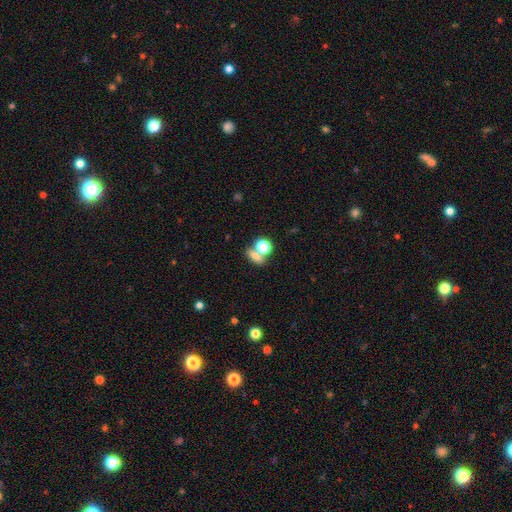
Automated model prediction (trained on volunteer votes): Q: Smooth or featured?
A: smooth (70%); runner-up: star or artifact (16%)
Q: How rounded?
A: in between (52%); runner-up: round (36%)
Q: Merging?
A: none (47%); runner-up: merger (38%)